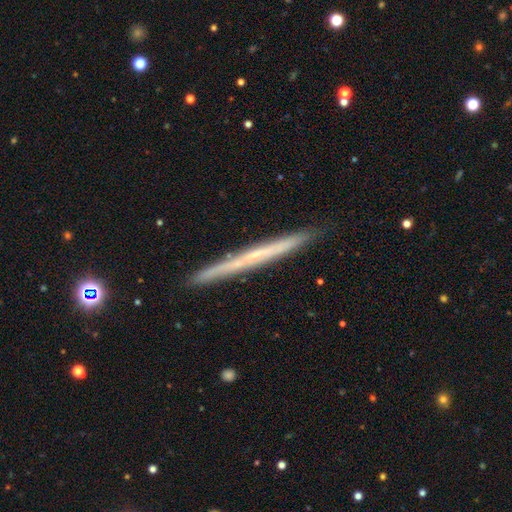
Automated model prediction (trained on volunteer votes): Overall: featured or disk (59%; smooth 34%). Edge-on disk: yes (97%). Edge-on bulge: none (86%). Merging: none (91%).